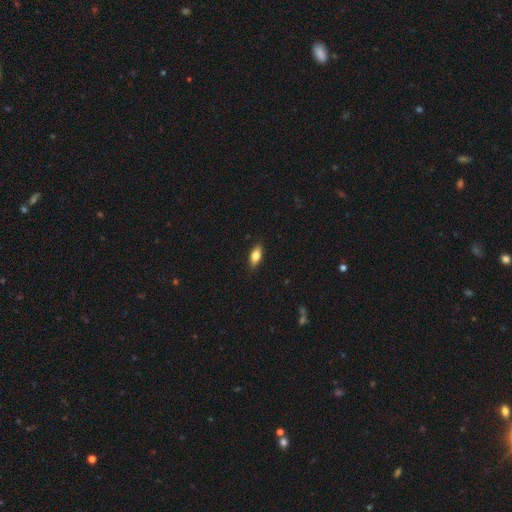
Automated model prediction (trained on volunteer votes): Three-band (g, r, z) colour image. It shows a smooth galaxy with no disk features (77%) that is in between round and cigar-shaped (82%). Merging: none (87%).